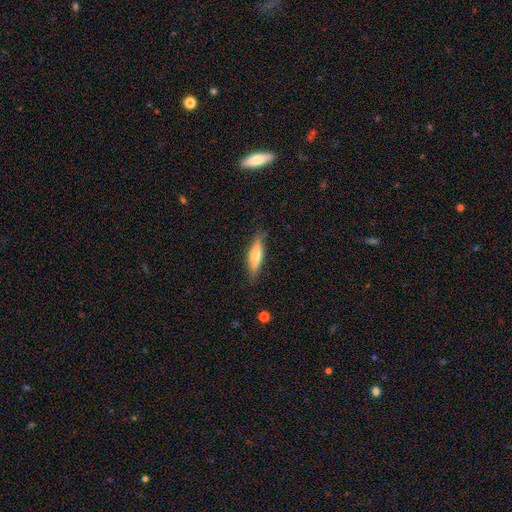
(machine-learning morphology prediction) Smooth or featured: smooth — 51% (featured or disk — 43%)
How rounded: cigar-shaped — 73% (in between — 25%)
Merging: none — 85% (minor disturbance — 11%)